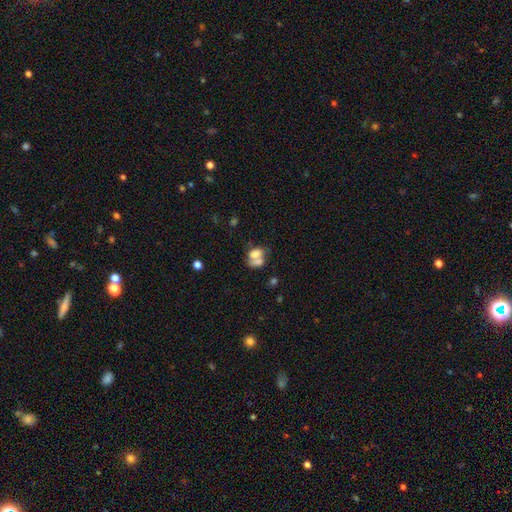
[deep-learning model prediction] Smooth or featured: smooth — 67% (featured or disk — 23%)
How rounded: in between — 76% (round — 22%)
Merging: merger — 60% (none — 22%)